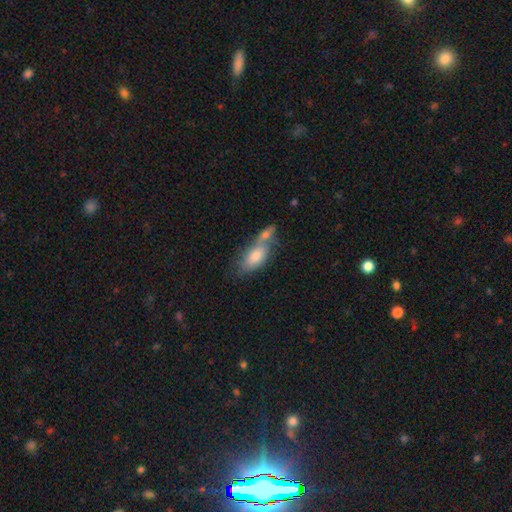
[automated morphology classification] Smooth or featured? smooth (74%)
How rounded? in between (85%)
Merging? merger (47%)